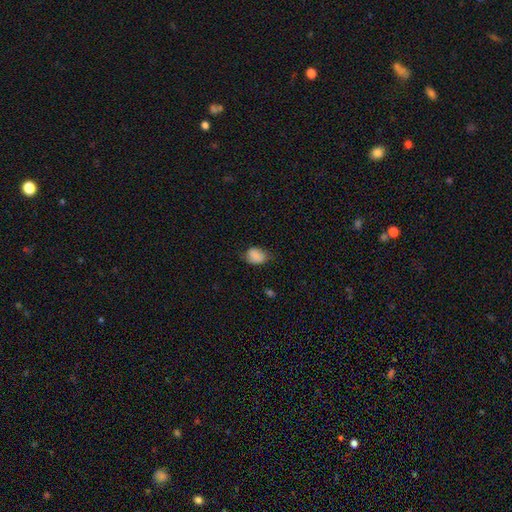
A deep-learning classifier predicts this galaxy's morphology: This is clearly a smooth galaxy (84%). How rounded: likely in between (73%). Merging: likely none (62%).